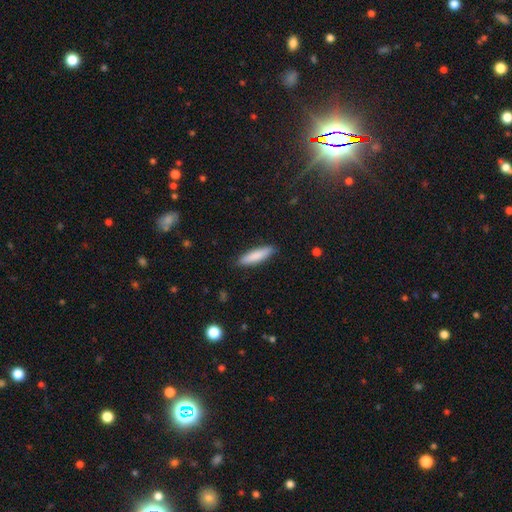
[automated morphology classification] This is clearly a smooth galaxy (84%). How rounded: likely cigar-shaped (73%). Merging: clearly none (87%).